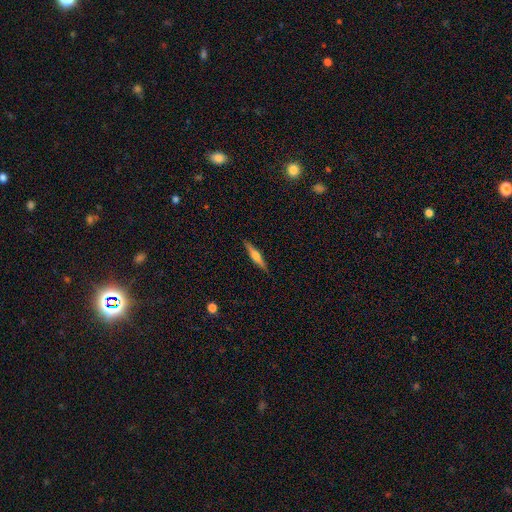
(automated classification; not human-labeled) Smooth or featured: featured or disk — 61% (smooth — 33%)
Edge-on disk: yes — 97% (no — 3%)
Edge-on bulge: rounded — 83% (boxy — 11%)
Merging: none — 90% (minor disturbance — 8%)